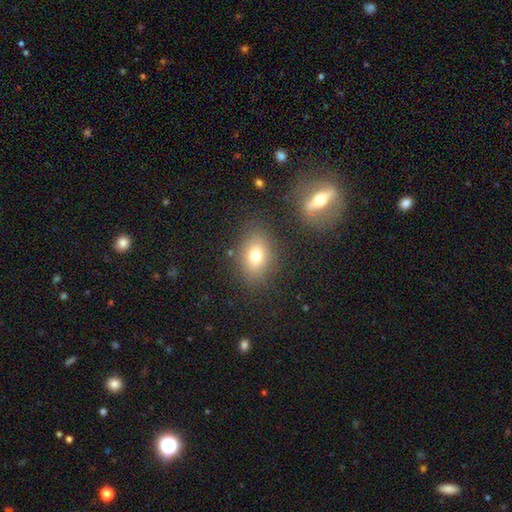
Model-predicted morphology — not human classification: A smooth galaxy with no disk features (74%) that is in between round and cigar-shaped (66%). Merging: none (81%).